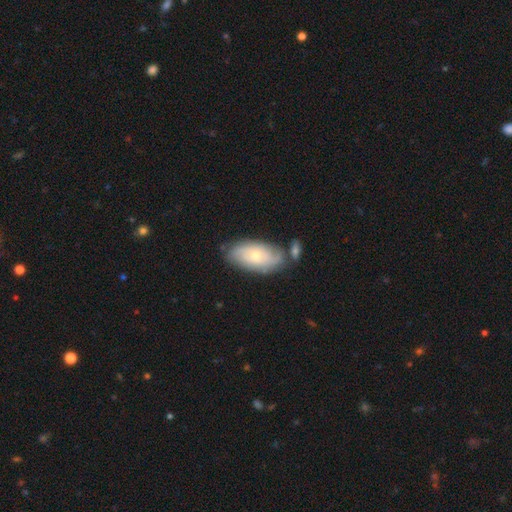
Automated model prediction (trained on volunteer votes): This appears to be a featured or disk galaxy (60%) with no bar (81%), spiral arms (80%) and a small central bulge (58%). Merging: none (65%).